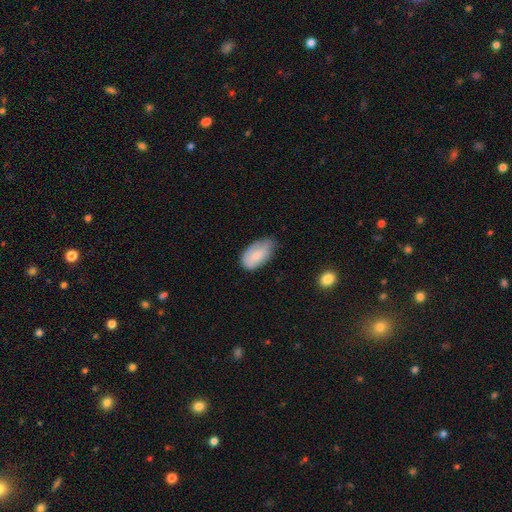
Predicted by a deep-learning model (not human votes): smooth 77%, featured or disk 17%, star or artifact 6%. Down the decision tree: how rounded — in between (94%); merging — none (48%).